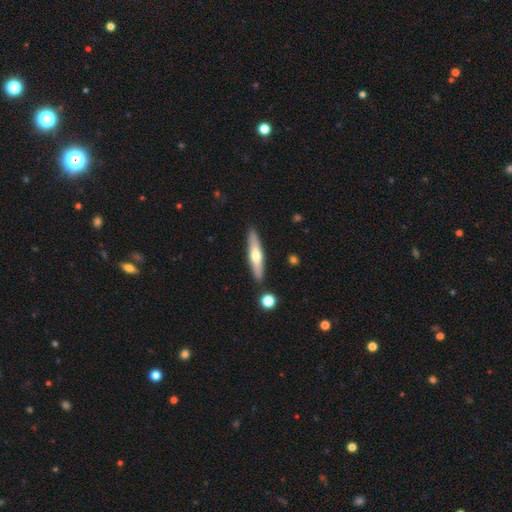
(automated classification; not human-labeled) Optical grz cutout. It shows a smooth galaxy with no disk features (48%). Merging: none (88%).